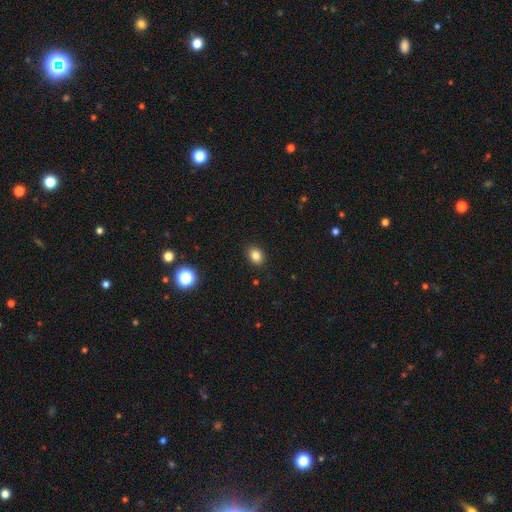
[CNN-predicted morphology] Smooth or featured: smooth — 83% (star or artifact — 11%)
How rounded: in between — 59% (round — 40%)
Merging: none — 89% (minor disturbance — 8%)